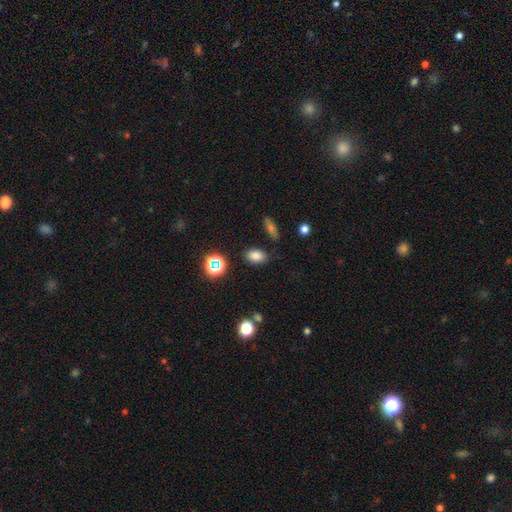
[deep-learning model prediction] Smooth or featured: smooth — 78% (star or artifact — 15%)
How rounded: in between — 84% (round — 14%)
Merging: none — 83% (minor disturbance — 11%)